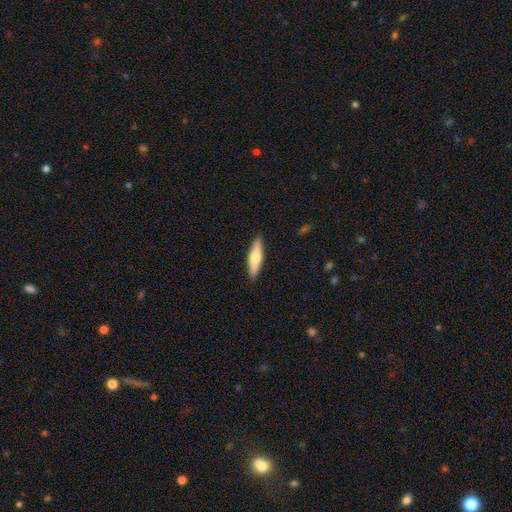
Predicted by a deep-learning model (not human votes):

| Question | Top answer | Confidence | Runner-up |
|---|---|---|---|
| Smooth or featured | smooth | 63% | featured or disk (31%) |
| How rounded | cigar-shaped | 74% | in between (25%) |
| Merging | none | 90% | minor disturbance (7%) |